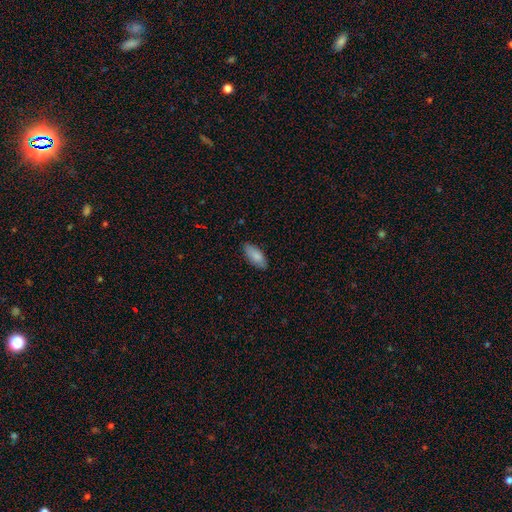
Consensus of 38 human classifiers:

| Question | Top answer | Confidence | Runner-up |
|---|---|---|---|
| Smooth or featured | smooth | 84% | featured or disk (13%) |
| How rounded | in between | 69% | cigar-shaped (31%) |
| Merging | none | 84% | minor disturbance (14%) |